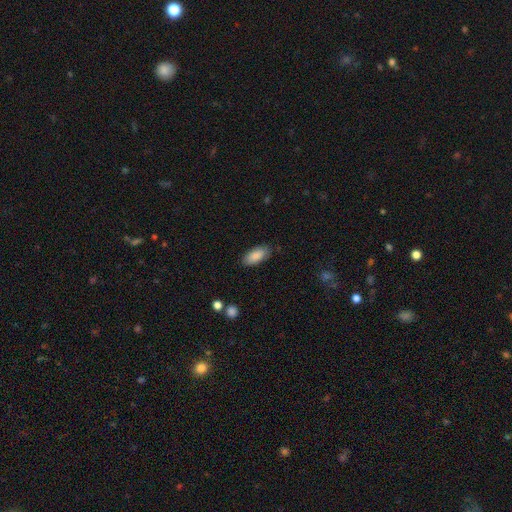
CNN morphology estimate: Smooth or featured: smooth — 88% (star or artifact — 6%)
How rounded: in between — 88% (cigar-shaped — 10%)
Merging: none — 84% (minor disturbance — 12%)